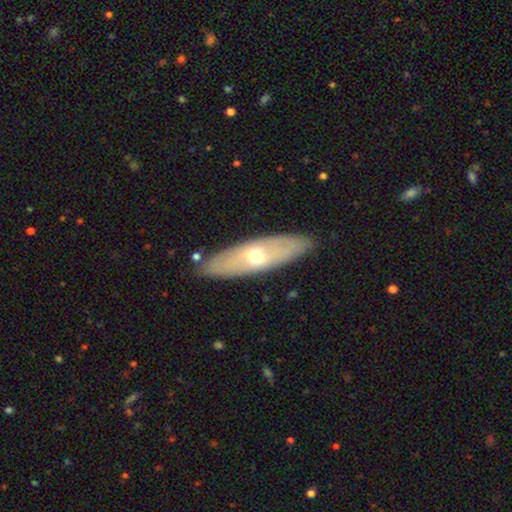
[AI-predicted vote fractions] A featured or disk galaxy (52%). Merging: none (85%).